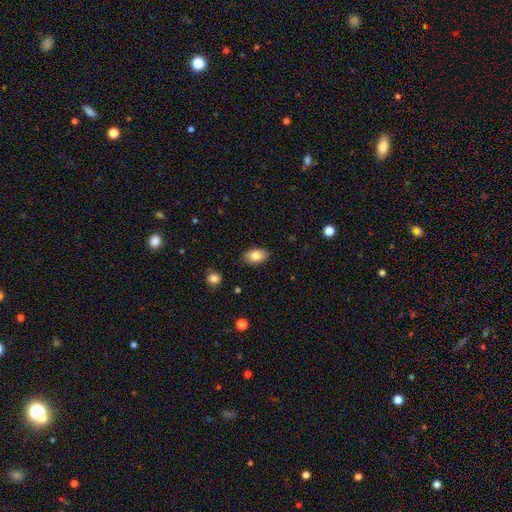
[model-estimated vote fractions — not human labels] Smooth or featured? Predicted: smooth (p=0.82). How rounded? Predicted: in between (p=0.90). Merging? Predicted: none (p=0.85).